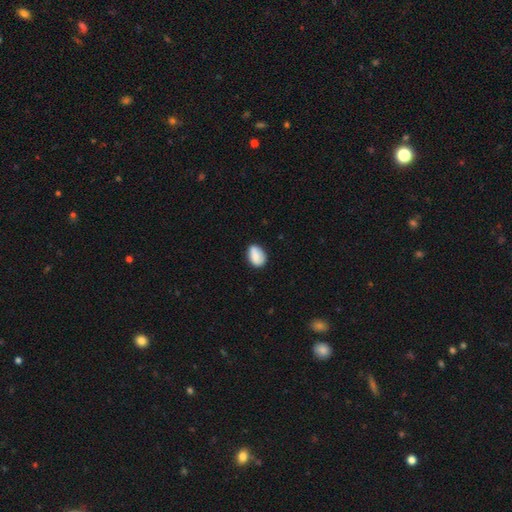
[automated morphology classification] smooth_or_featured: smooth (p=0.76) [alt: featured or disk p=0.17]
how_rounded: in between (p=0.81) [alt: round p=0.18]
merging: none (p=0.74) [alt: minor disturbance p=0.20]